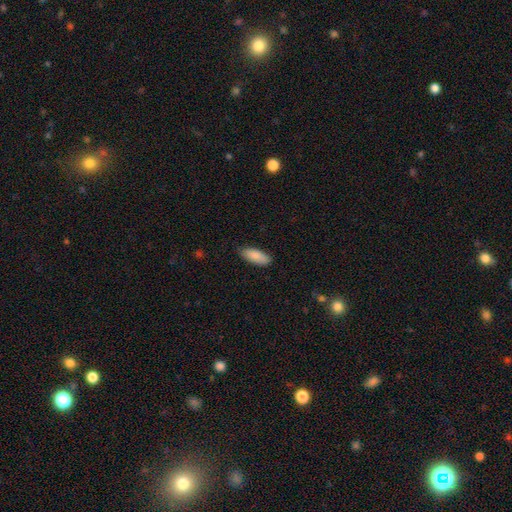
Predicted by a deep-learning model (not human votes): The model was most divided on "how rounded": in between: 78%, cigar-shaped: 20%, round: 2%. More confident: smooth or featured — smooth (88%); merging — none (83%).